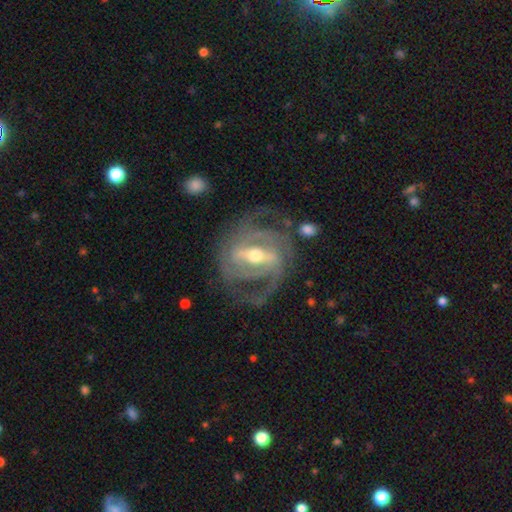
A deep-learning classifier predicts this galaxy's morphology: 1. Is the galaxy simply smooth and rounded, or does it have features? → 91% featured or disk, 4% star or artifact, 4% smooth.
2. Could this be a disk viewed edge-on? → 96% no, 4% yes.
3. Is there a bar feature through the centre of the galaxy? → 70% strong, 23% weak, 7% no.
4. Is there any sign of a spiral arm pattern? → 96% yes, 4% no.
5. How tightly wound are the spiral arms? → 47% medium, 41% tight, 12% loose.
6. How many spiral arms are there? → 52% 2, 25% 3, 11% can't tell, 6% 4, 4% 1, 3% more than 4.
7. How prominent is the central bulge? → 65% moderate, 29% small, 5% large, 1% none, 1% dominant.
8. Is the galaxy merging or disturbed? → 68% none, 17% minor disturbance, 13% major disturbance, 2% merger.